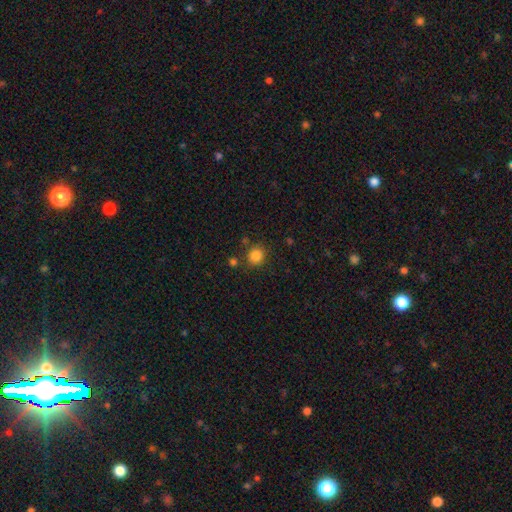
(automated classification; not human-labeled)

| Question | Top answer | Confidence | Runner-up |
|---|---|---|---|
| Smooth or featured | smooth | 85% | star or artifact (12%) |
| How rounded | round | 89% | in between (10%) |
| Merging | none | 81% | minor disturbance (9%) |